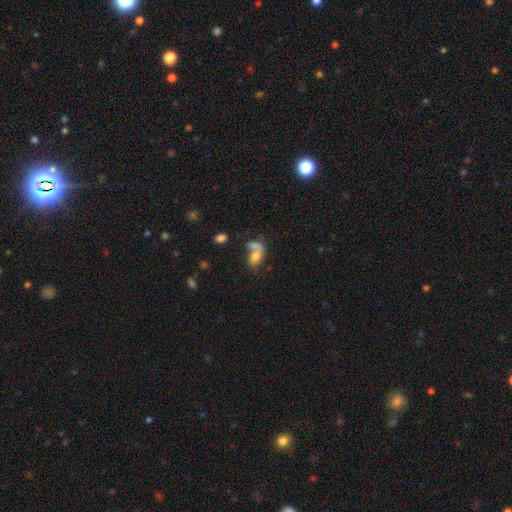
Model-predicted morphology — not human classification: A smooth galaxy with no disk features (70%) that is in between round and cigar-shaped (82%).

Vote fractions:
- Smooth or featured? smooth: 70% / featured or disk: 19% / star or artifact: 11%
- How rounded? in between: 82% / round: 13% / cigar-shaped: 5%
- Merging? merger: 52% / none: 26% / major disturbance: 12% / minor disturbance: 10%